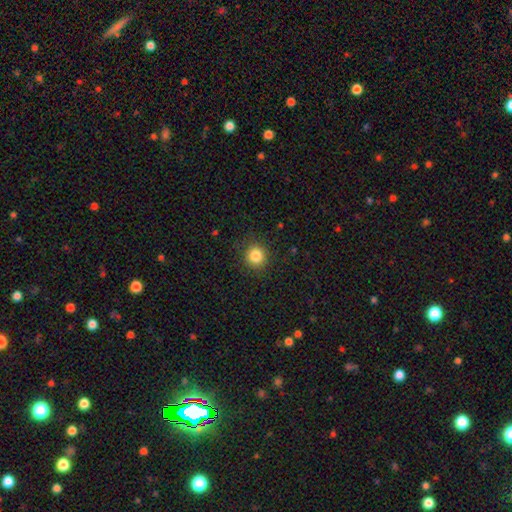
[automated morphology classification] Q: Smooth or featured?
A: smooth (84%); runner-up: star or artifact (11%)
Q: How rounded?
A: round (92%); runner-up: in between (7%)
Q: Merging?
A: none (89%); runner-up: minor disturbance (7%)